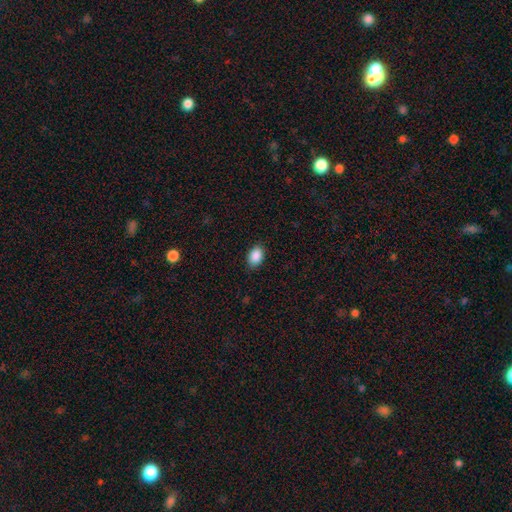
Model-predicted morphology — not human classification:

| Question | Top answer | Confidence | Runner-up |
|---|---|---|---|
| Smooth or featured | smooth | 89% | star or artifact (8%) |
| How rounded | in between | 87% | round (12%) |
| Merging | none | 86% | minor disturbance (11%) |